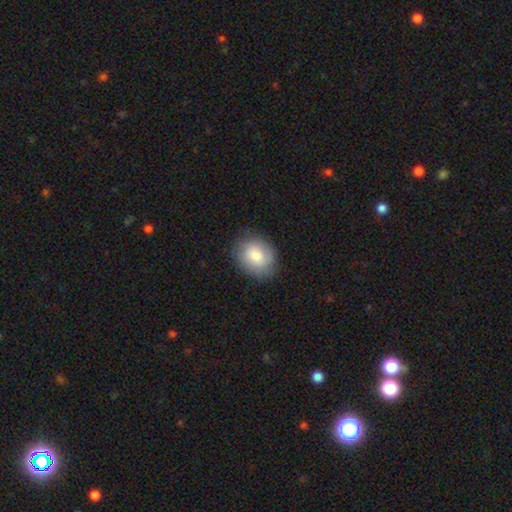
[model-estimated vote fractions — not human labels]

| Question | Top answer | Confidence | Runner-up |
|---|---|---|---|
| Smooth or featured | smooth | 77% | featured or disk (16%) |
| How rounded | round | 52% | in between (47%) |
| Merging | none | 81% | minor disturbance (14%) |